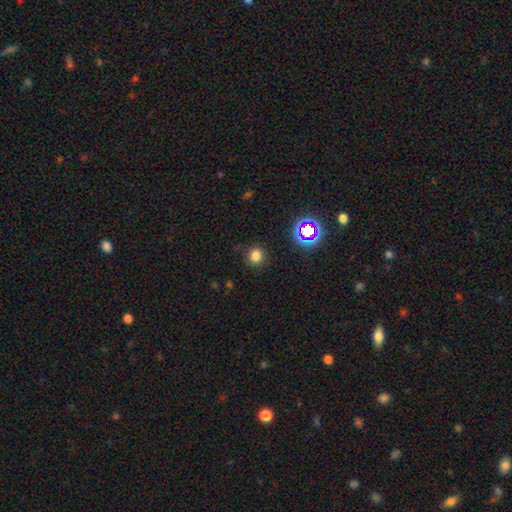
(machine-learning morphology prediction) smooth-or-featured: smooth: 77% | star or artifact: 18% | featured or disk: 5%
  how-rounded: round: 87% | in between: 12% | cigar-shaped: 1%
  merging: none: 86% | minor disturbance: 9% | major disturbance: 3% | merger: 1%